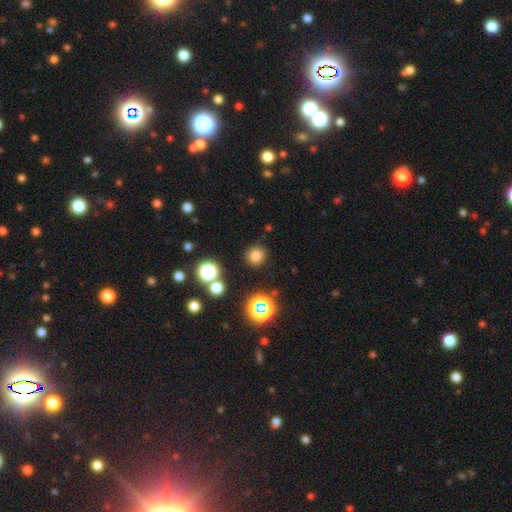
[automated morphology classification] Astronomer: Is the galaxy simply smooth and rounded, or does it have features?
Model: smooth — 76%.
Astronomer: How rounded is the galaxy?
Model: round — 90%.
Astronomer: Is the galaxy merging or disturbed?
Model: none — 87%.